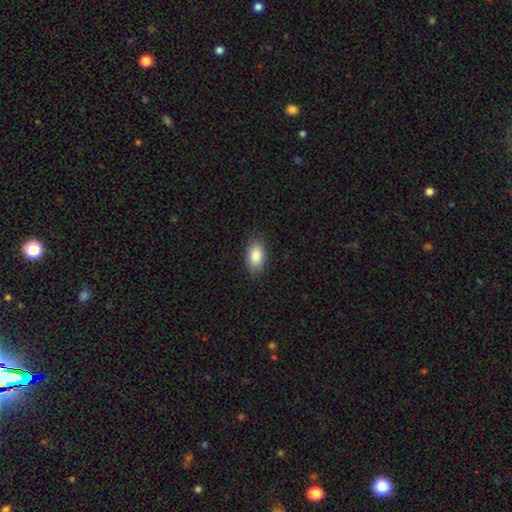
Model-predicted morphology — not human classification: A smooth galaxy with no disk features (88%) that is in between round and cigar-shaped (93%).

Vote fractions:
- Smooth or featured? smooth: 88% / star or artifact: 7% / featured or disk: 6%
- How rounded? in between: 93% / round: 4% / cigar-shaped: 3%
- Merging? none: 87% / minor disturbance: 10% / major disturbance: 2% / merger: 1%